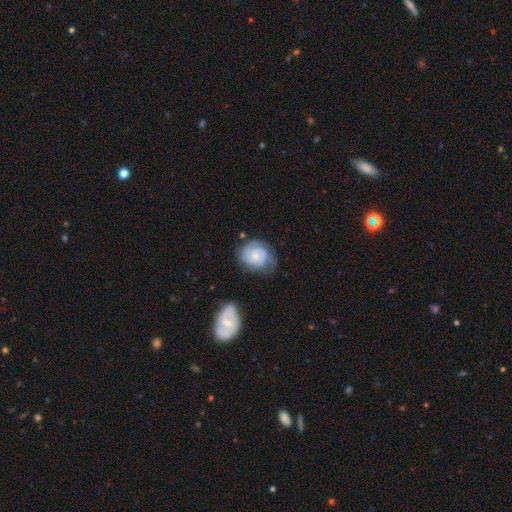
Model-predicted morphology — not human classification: Overall: featured or disk (68%). Edge-on disk: no (98%). Bar: no (69%). Spiral arms: yes (92%). Spiral arm count: 2 (53%; can't tell 23%). Spiral winding: tight (57%; medium 34%). Bulge size: small (59%; moderate 31%). Merging: none (62%; minor disturbance 24%).